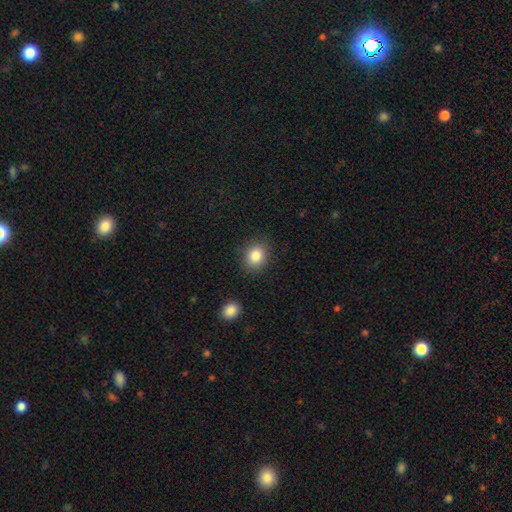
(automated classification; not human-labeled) The model was most divided on "how rounded": round: 63%, in between: 36%, cigar-shaped: 1%. More confident: merging — none (86%); smooth or featured — smooth (85%).